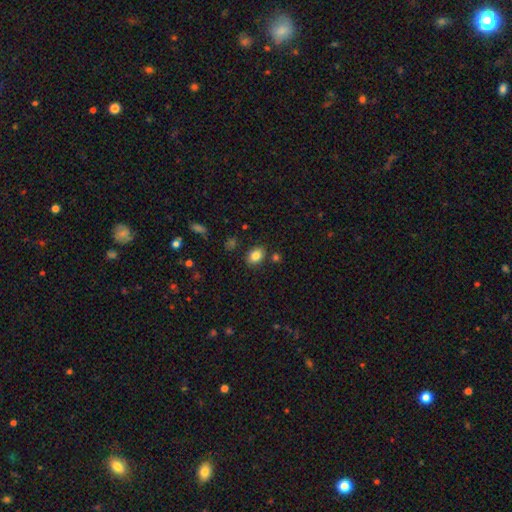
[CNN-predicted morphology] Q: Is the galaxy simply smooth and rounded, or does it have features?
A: smooth — 83%.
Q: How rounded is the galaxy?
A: in between — 68%.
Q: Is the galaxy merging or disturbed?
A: none — 81%.